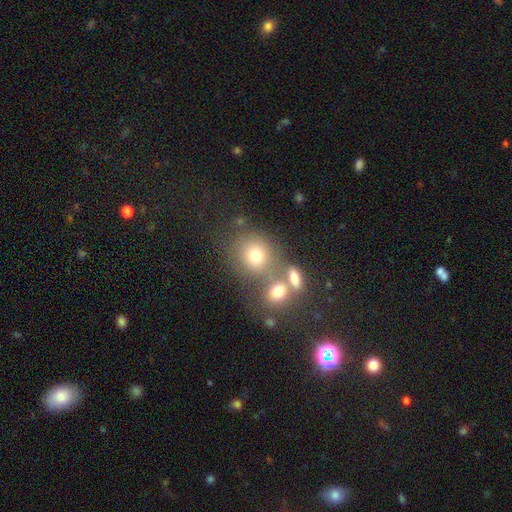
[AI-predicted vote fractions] A smooth galaxy with no disk features (73%) that is round (76%). Merging: none (51%).